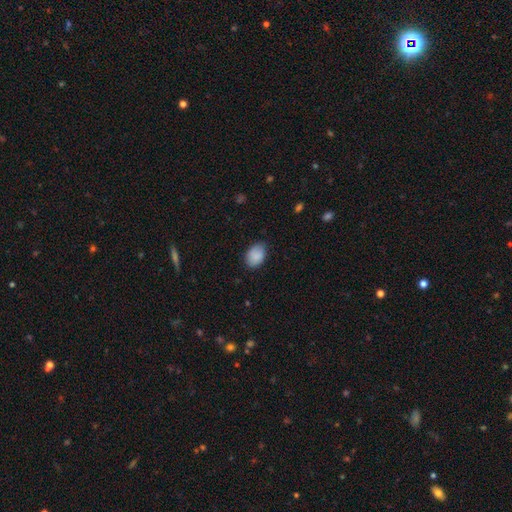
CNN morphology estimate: Smooth or featured? smooth (86%)
How rounded? in between (81%)
Merging? none (73%)